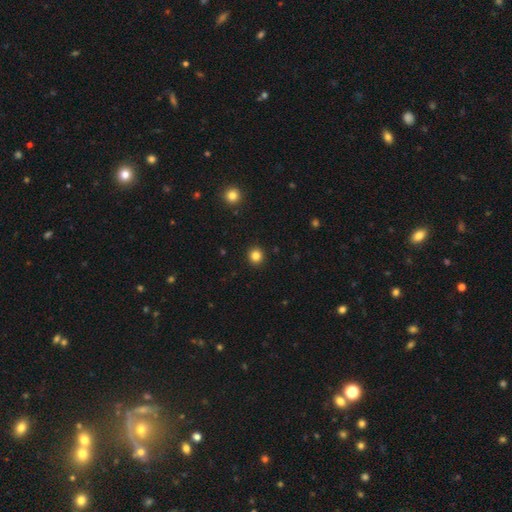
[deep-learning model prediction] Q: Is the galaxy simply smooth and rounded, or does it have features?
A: smooth — 82%.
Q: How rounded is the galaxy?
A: round — 93%.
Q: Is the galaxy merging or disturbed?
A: none — 93%.